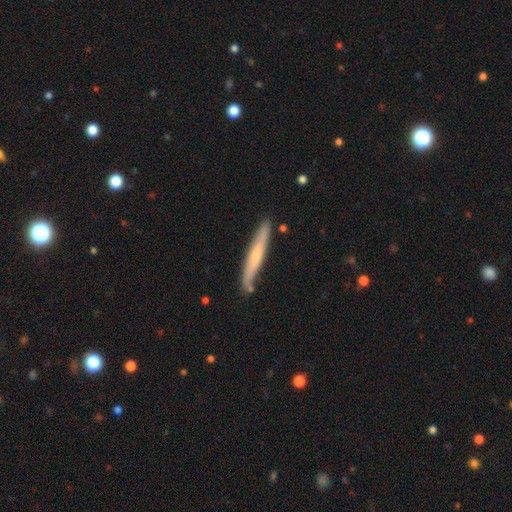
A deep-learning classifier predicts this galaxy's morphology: A smooth galaxy with no disk features (50%) that is cigar-shaped (95%). Merging: none (80%).